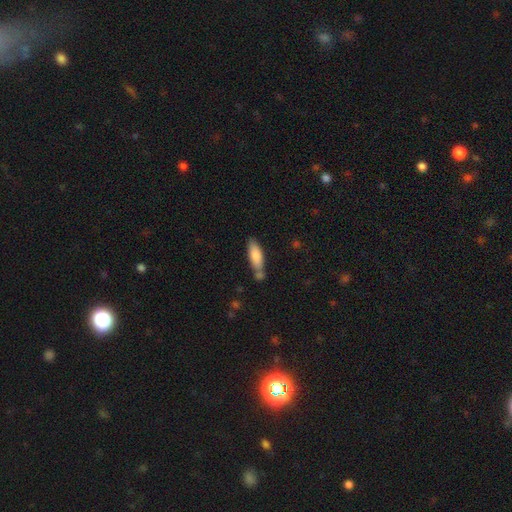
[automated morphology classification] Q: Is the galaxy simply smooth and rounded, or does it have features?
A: smooth — 81%.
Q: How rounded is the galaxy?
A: in between — 57%.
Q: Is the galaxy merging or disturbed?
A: none — 59%.